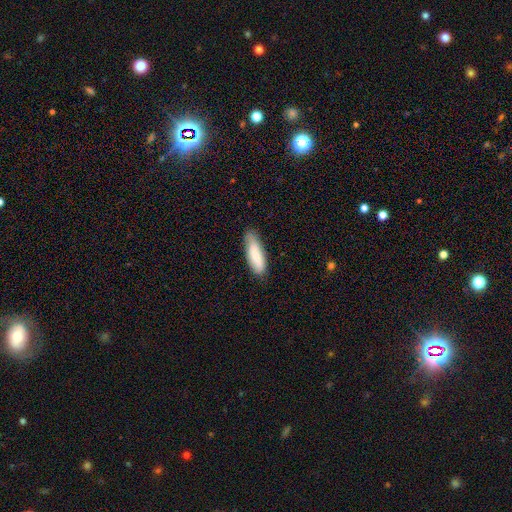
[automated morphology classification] Smooth or featured? smooth (80%)
How rounded? in between (52%)
Merging? none (72%)